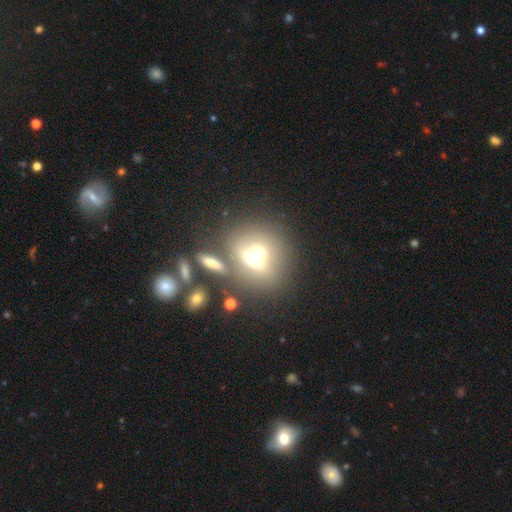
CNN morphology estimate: Smooth or featured? smooth (55%)
How rounded? round (76%)
Merging? merger (45%)